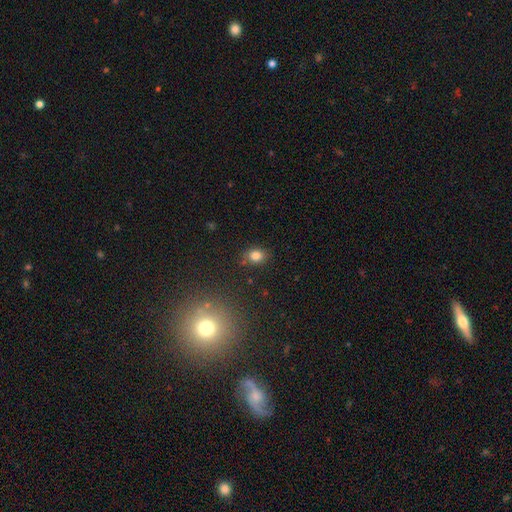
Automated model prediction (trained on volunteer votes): Smooth or featured?
  - smooth: 82% *
  - star or artifact: 12%
  - featured or disk: 6%
How rounded?
  - in between: 53% *
  - round: 46%
  - cigar-shaped: 1%
Merging?
  - none: 78% *
  - minor disturbance: 15%
  - major disturbance: 4%
  - merger: 3%